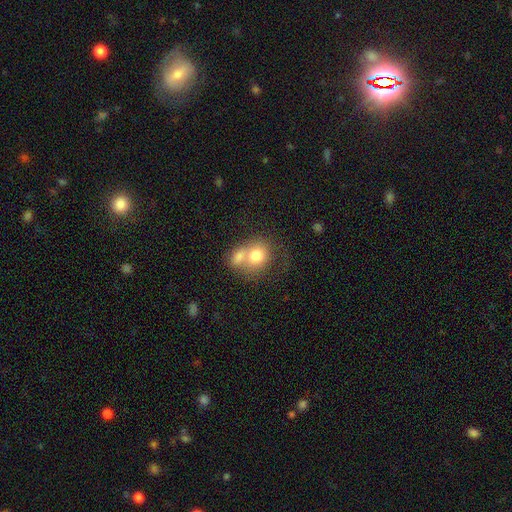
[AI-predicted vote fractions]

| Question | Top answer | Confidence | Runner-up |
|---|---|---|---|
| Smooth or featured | smooth | 75% | featured or disk (16%) |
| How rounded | round | 63% | in between (36%) |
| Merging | merger | 59% | none (26%) |